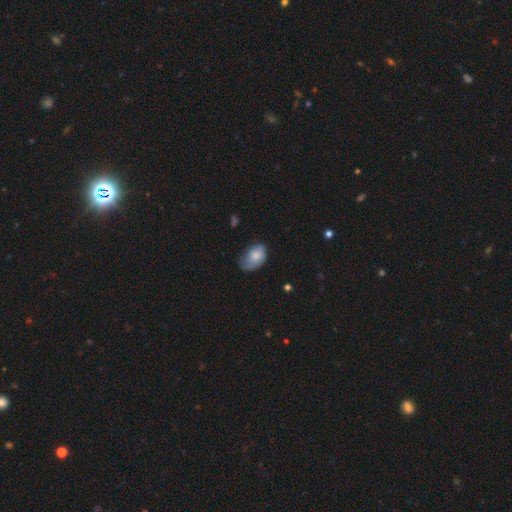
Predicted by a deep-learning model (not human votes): smooth_or_featured: smooth (p=0.76) [alt: featured or disk p=0.17]
how_rounded: in between (p=0.87) [alt: round p=0.12]
merging: none (p=0.42) [alt: minor disturbance p=0.40]